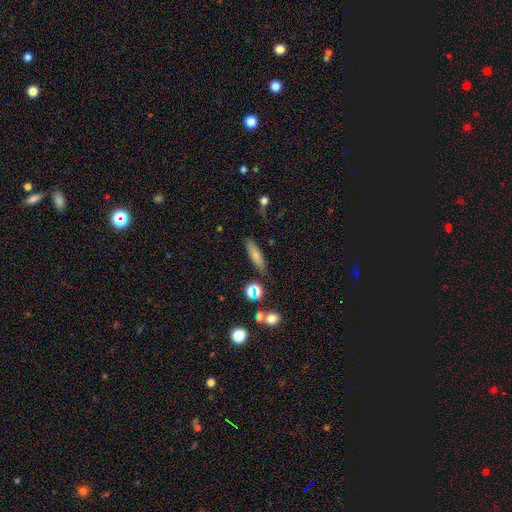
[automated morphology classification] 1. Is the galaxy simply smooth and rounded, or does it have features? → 74% smooth, 16% featured or disk, 11% star or artifact.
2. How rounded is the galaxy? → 60% cigar-shaped, 37% in between, 3% round.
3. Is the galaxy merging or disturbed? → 80% none, 12% minor disturbance, 4% merger, 4% major disturbance.